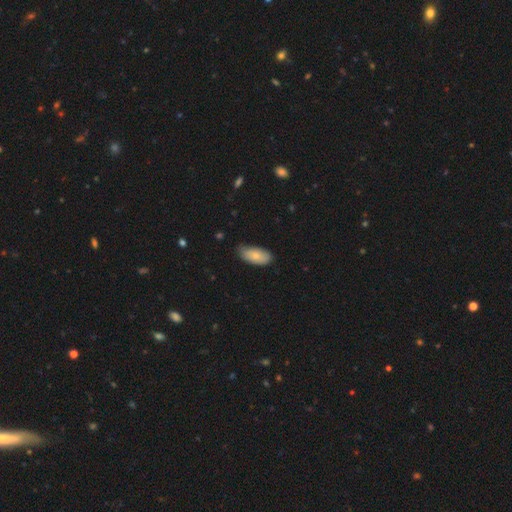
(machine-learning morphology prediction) Overall: smooth (77%). How rounded: in between (91%). Merging: none (65%; minor disturbance 30%).